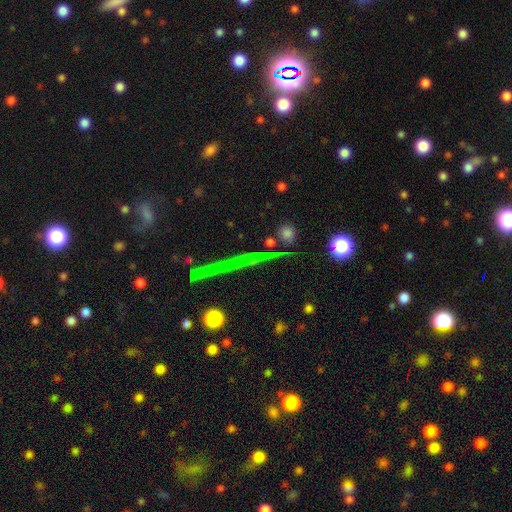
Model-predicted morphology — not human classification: This is possibly a star or artifact rather than a galaxy (56%).